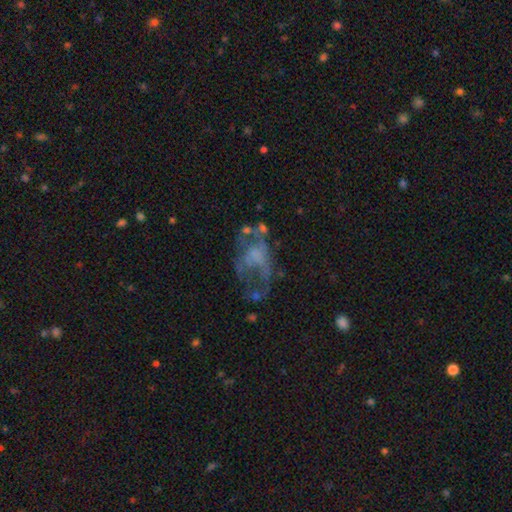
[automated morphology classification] Smooth or featured?
  - featured or disk: 61% *
  - smooth: 25%
  - star or artifact: 14%
Edge-on disk?
  - no: 97% *
  - yes: 3%
Bar?
  - no: 82% *
  - weak: 14%
  - strong: 4%
Spiral arms?
  - no: 76% *
  - yes: 24%
Bulge size?
  - none: 63% *
  - small: 17%
  - moderate: 14%
  - large: 4%
  - dominant: 1%
Merging?
  - major disturbance: 43% *
  - none: 31%
  - minor disturbance: 16%
  - merger: 10%